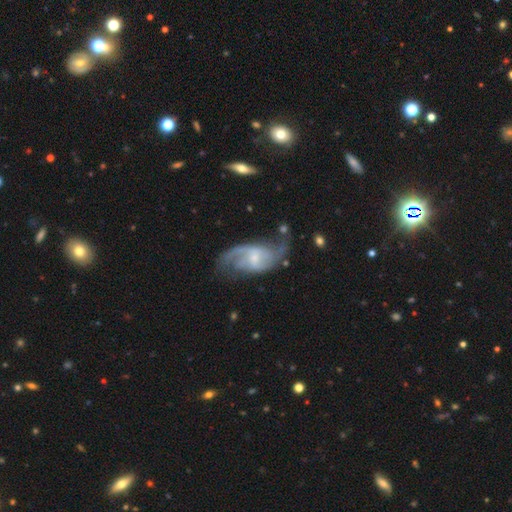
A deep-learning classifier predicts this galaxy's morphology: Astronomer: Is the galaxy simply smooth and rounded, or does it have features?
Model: featured or disk — 82%.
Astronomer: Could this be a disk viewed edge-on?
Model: no — 95%.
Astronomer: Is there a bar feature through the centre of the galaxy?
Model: weak — 48% (runner-up: no, 40%).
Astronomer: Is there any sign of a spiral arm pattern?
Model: yes — 94%.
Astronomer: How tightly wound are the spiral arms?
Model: loose — 42%, tied with medium at 42%.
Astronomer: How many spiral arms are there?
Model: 2 — 73%.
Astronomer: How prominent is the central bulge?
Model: small — 57%.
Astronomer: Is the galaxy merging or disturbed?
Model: none — 60%.